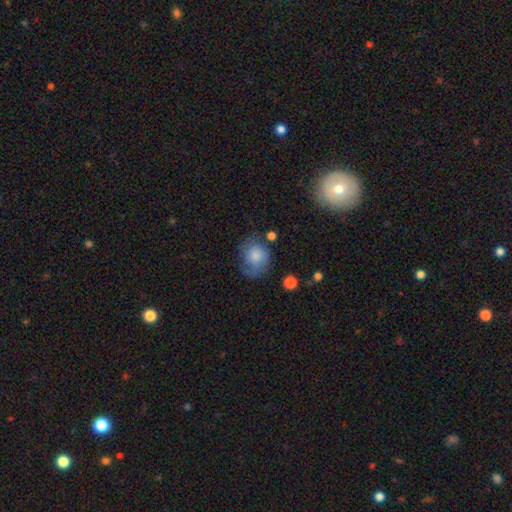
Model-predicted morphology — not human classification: smooth 70%, featured or disk 22%, star or artifact 8%. Down the decision tree: how rounded — round (61%); merging — none (50%).